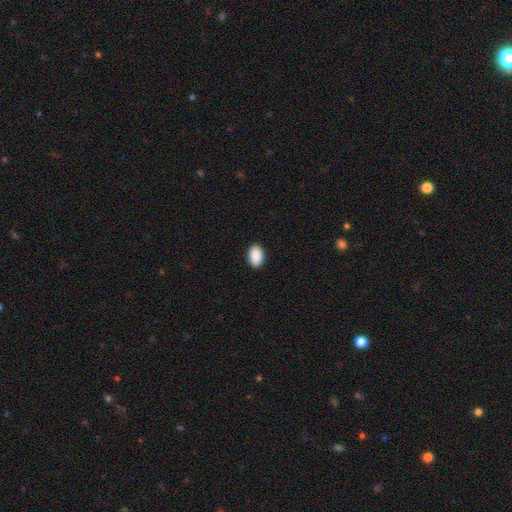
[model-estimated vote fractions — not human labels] smooth_or_featured: smooth (p=0.91) [alt: star or artifact p=0.06]
how_rounded: in between (p=0.88) [alt: round p=0.11]
merging: none (p=0.91) [alt: minor disturbance p=0.07]